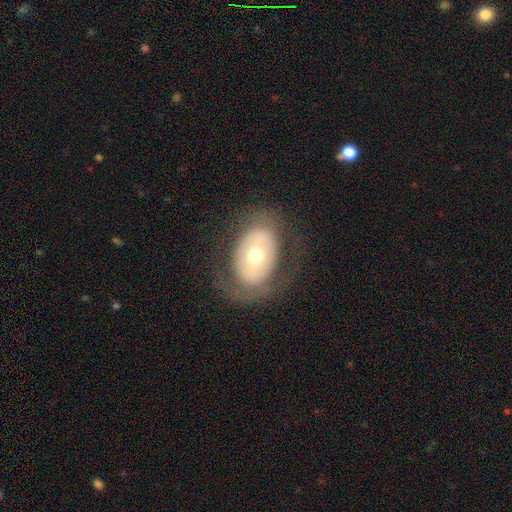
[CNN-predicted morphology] Smooth or featured: featured or disk — 53% (smooth — 40%)
Edge-on disk: no — 92% (yes — 8%)
Merging: none — 72% (minor disturbance — 15%)